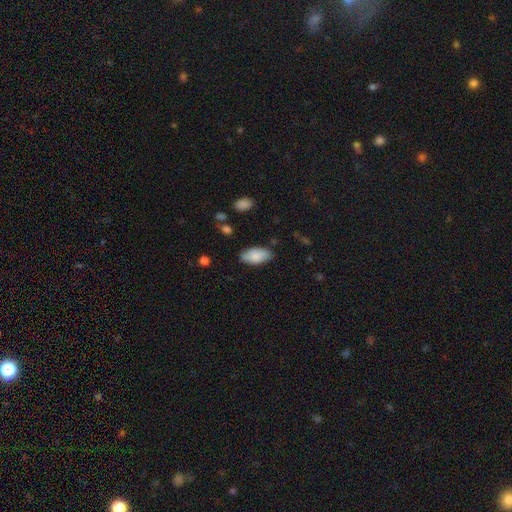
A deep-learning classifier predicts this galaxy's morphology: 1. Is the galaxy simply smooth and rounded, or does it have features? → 80% smooth, 14% featured or disk, 7% star or artifact.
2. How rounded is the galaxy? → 92% in between, 5% cigar-shaped, 2% round.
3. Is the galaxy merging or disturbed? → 78% none, 17% minor disturbance, 3% major disturbance, 2% merger.